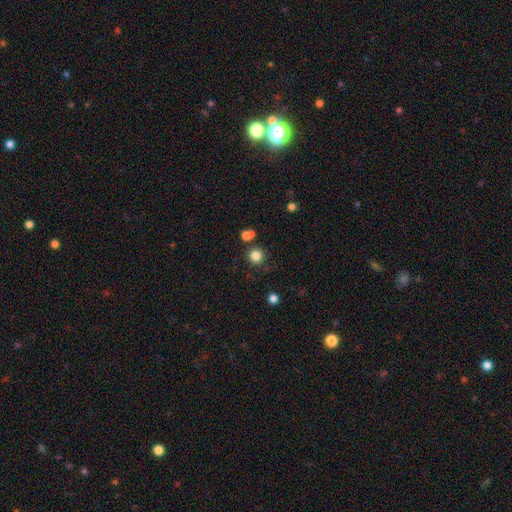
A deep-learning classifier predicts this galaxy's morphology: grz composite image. It shows a smooth galaxy with no disk features (82%) that is round (93%). Merging: none (77%).